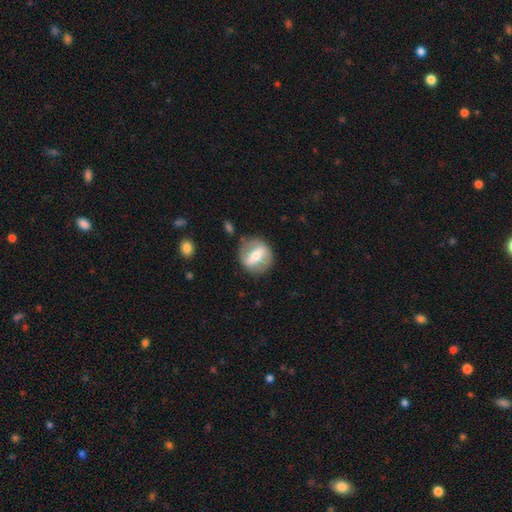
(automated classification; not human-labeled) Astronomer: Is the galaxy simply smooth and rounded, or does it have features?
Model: featured or disk — 61%.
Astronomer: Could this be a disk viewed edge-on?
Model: no — 85%.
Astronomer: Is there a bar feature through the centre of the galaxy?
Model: strong — 66%.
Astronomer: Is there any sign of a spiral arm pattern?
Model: no — 64%.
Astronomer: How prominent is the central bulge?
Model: moderate — 64%.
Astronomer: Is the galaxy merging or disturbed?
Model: none — 82%.